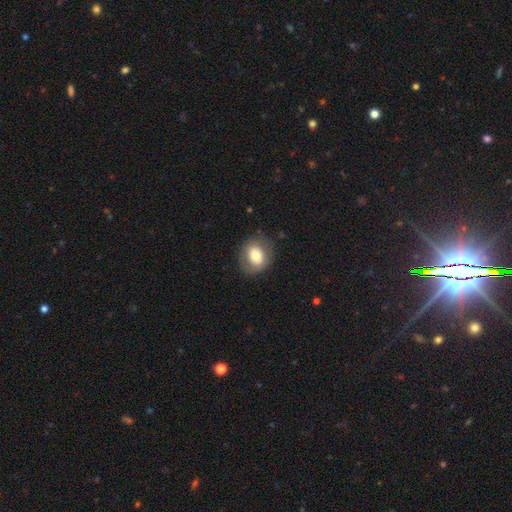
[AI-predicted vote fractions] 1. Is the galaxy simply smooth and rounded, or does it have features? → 71% smooth, 21% featured or disk, 8% star or artifact.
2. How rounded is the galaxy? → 54% round, 45% in between, 1% cigar-shaped.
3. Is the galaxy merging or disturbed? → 80% none, 13% minor disturbance, 6% major disturbance, 1% merger.